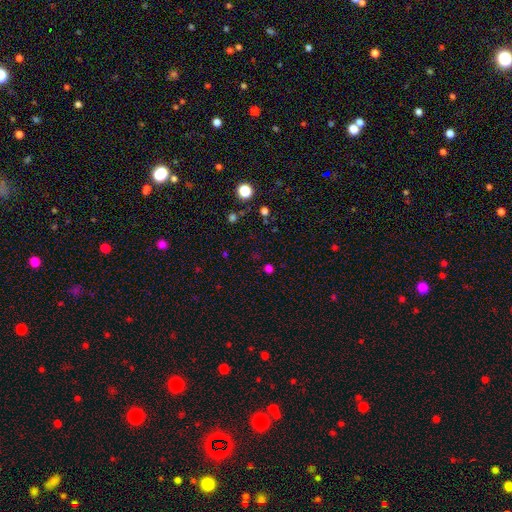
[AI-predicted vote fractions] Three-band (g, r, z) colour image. It shows a star or artifact, not a galaxy (50%).